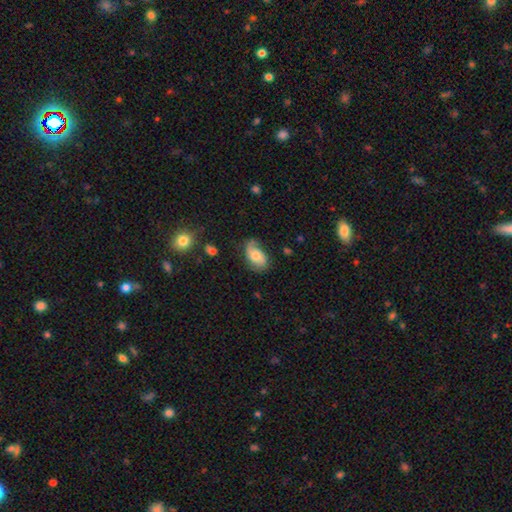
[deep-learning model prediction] This appears to be a featured or disk galaxy (52%). Merging: none (58%).